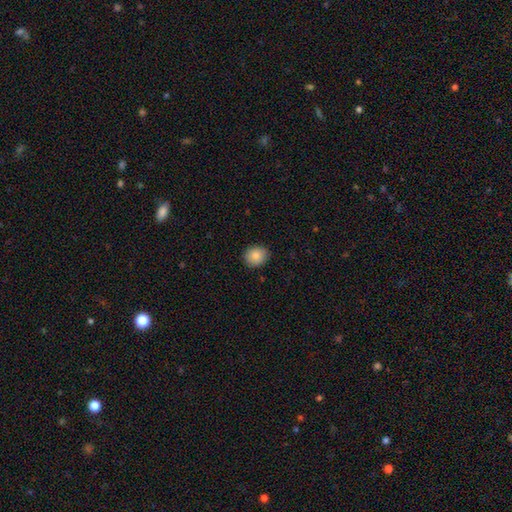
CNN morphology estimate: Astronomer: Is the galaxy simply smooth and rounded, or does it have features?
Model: smooth — 87%.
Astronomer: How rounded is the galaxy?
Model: round — 69%.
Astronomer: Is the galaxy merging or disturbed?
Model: none — 88%.